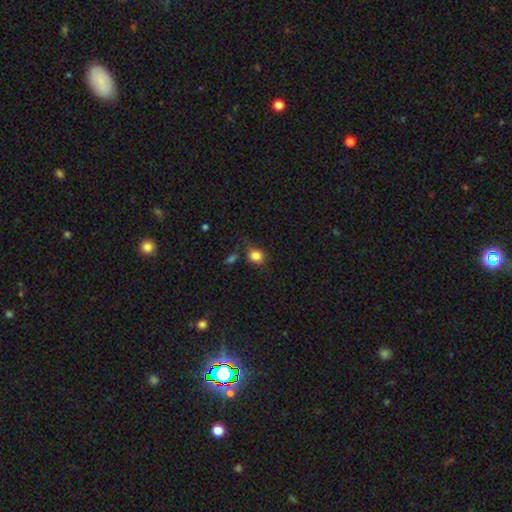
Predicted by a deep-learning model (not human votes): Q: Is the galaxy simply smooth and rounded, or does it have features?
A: smooth — 83%.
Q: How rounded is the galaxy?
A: round — 70%.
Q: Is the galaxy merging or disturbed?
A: none — 68%.